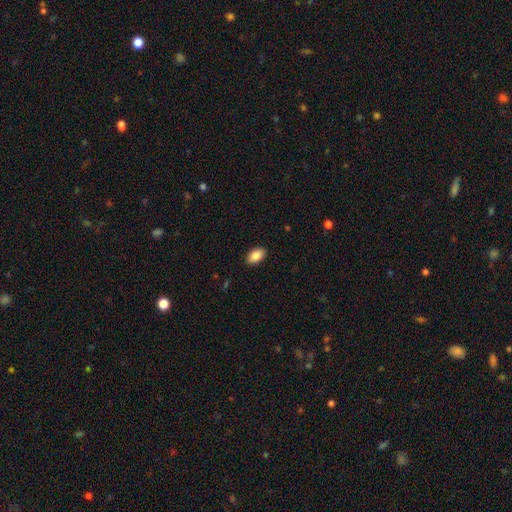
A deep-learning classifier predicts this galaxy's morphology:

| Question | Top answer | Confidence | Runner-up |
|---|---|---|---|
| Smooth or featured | smooth | 88% | star or artifact (7%) |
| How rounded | in between | 93% | round (5%) |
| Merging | none | 90% | minor disturbance (8%) |